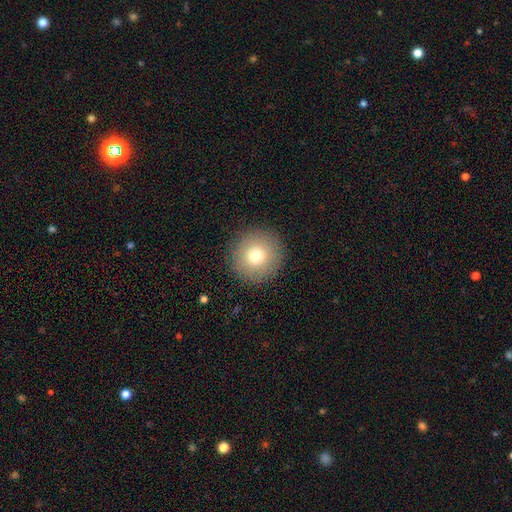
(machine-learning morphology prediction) Smooth or featured? Predicted: smooth (p=0.78). How rounded? Predicted: round (p=0.95). Merging? Predicted: none (p=0.91).